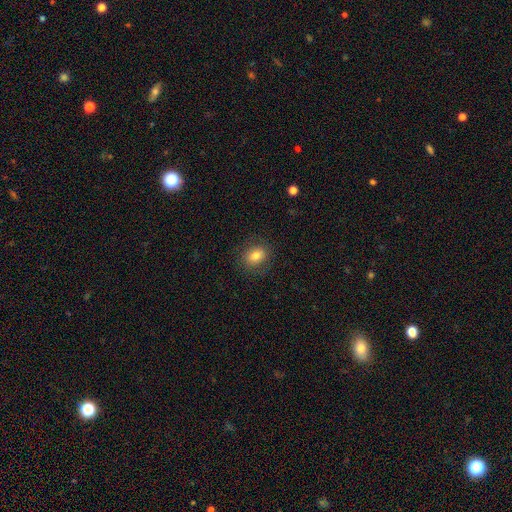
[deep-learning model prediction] Smooth or featured?
  - smooth: 79% *
  - star or artifact: 10%
  - featured or disk: 10%
How rounded?
  - in between: 52% *
  - round: 47%
  - cigar-shaped: 1%
Merging?
  - none: 85% *
  - minor disturbance: 10%
  - major disturbance: 4%
  - merger: 1%